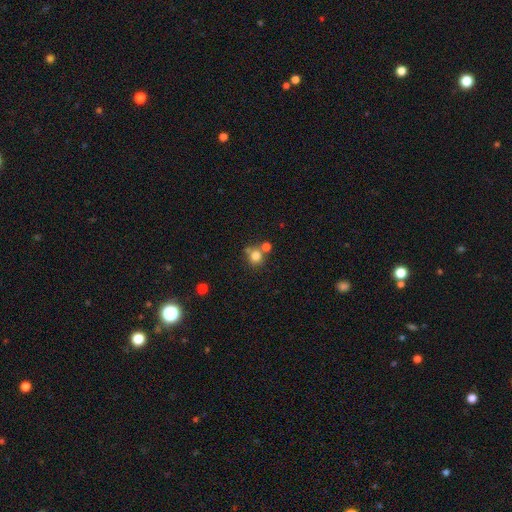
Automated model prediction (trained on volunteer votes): A smooth galaxy with no disk features (79%) that is round (89%). Merging: none (62%).